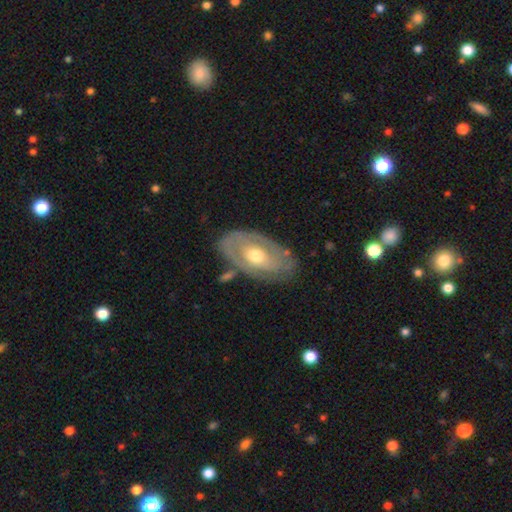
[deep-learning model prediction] This is likely a featured or disk galaxy (67%). It is clearly not viewed edge-on (91%). Bar: likely no (73%). Spiral arm pattern: possibly yes (59%). Central bulge: likely moderate (70%). Merging: likely none (68%).